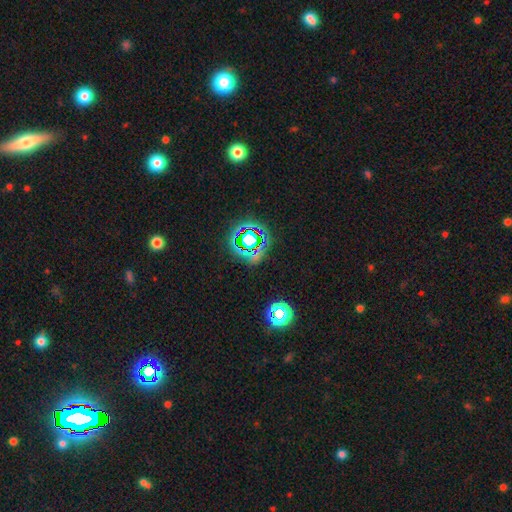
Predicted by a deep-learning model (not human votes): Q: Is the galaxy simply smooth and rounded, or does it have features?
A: star or artifact — 71%.